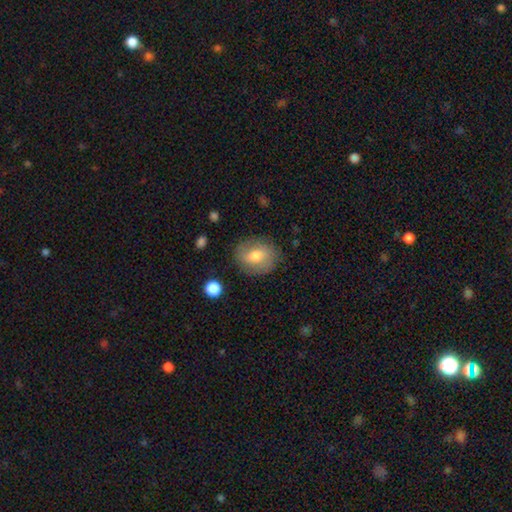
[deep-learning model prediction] Overall: smooth (66%; featured or disk 26%). How rounded: round (59%; in between 40%). Merging: none (82%).